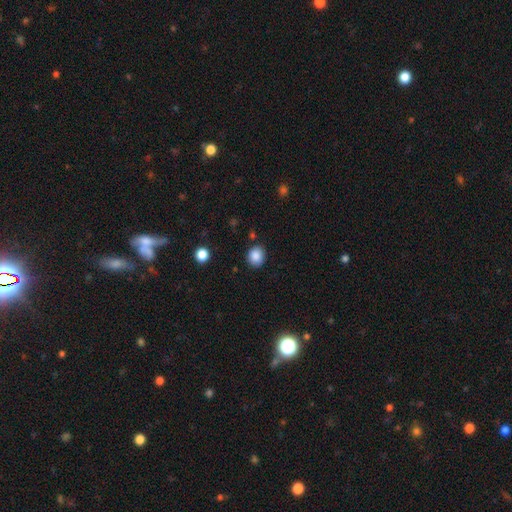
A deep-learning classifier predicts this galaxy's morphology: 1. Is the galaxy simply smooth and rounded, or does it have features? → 87% smooth, 9% star or artifact, 4% featured or disk.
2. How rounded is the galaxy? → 72% round, 27% in between, 1% cigar-shaped.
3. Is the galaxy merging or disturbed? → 86% none, 9% minor disturbance, 2% major disturbance, 2% merger.